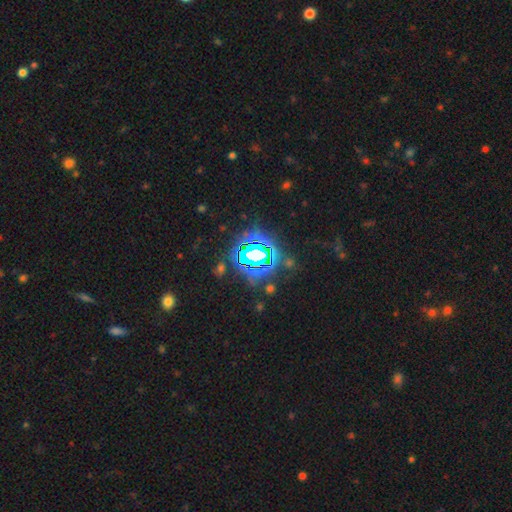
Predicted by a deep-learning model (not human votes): Smooth or featured: star or artifact — 77% (smooth — 12%)